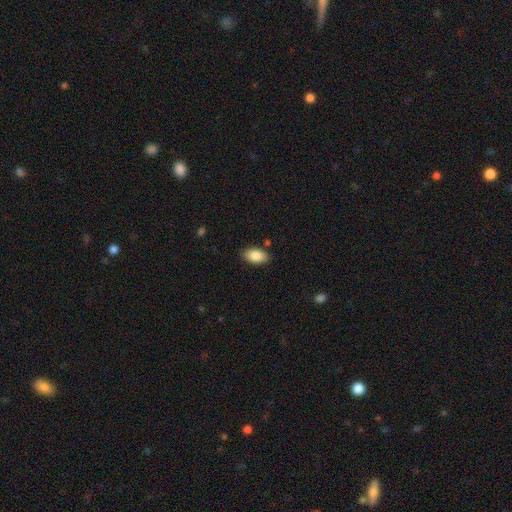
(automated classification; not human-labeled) Smooth or featured: smooth — 86% (featured or disk — 7%)
How rounded: in between — 94% (round — 4%)
Merging: none — 85% (minor disturbance — 10%)